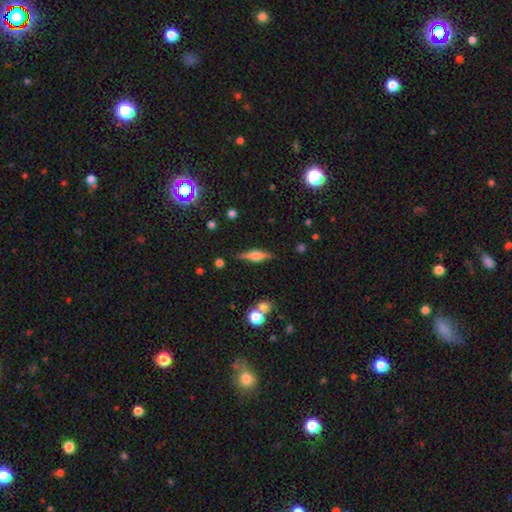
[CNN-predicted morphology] A featured or disk galaxy (59%) viewed edge-on (95%) with a rounded central bulge (84%).

Vote fractions:
- Smooth or featured? featured or disk: 59% / smooth: 32% / star or artifact: 9%
- Edge-on disk? yes: 95% / no: 5%
- Edge-on bulge? rounded: 84% / boxy: 13% / none: 3%
- Merging? none: 82% / minor disturbance: 12% / major disturbance: 3% / merger: 3%